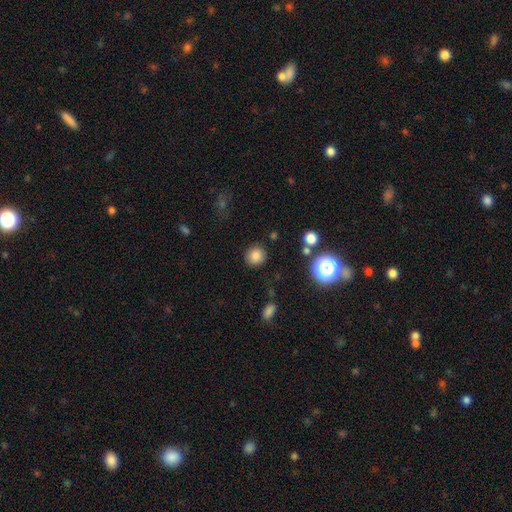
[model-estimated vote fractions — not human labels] smooth 81%, star or artifact 13%, featured or disk 6%. Down the decision tree: how rounded — round (86%); merging — none (88%).